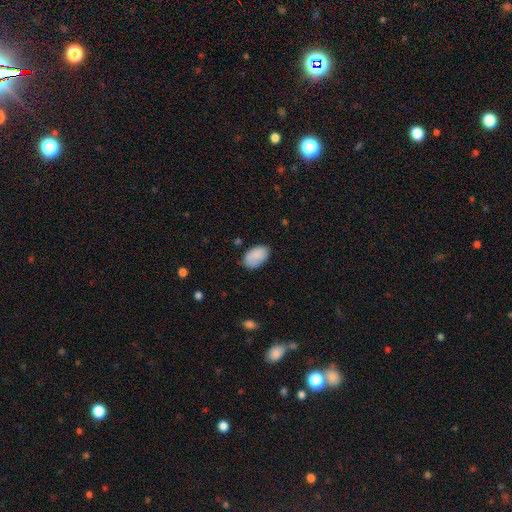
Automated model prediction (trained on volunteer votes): smooth 85%, featured or disk 8%, star or artifact 7%. Down the decision tree: how rounded — in between (92%); merging — none (72%).